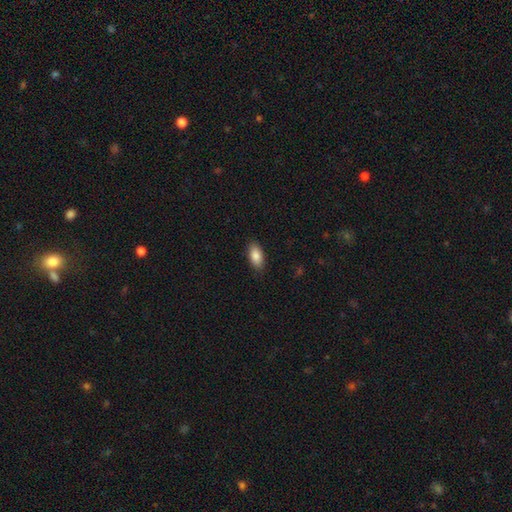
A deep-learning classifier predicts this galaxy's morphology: smooth_or_featured: smooth (p=0.87) [alt: featured or disk p=0.07]
how_rounded: in between (p=0.90) [alt: cigar-shaped p=0.07]
merging: none (p=0.88) [alt: minor disturbance p=0.09]